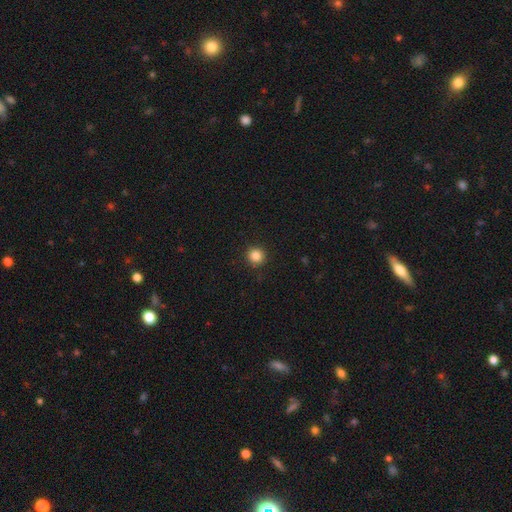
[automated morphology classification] Smooth or featured?
  - smooth: 85% *
  - star or artifact: 11%
  - featured or disk: 4%
How rounded?
  - round: 95% *
  - in between: 4%
  - cigar-shaped: 1%
Merging?
  - none: 92% *
  - minor disturbance: 5%
  - major disturbance: 2%
  - merger: 1%